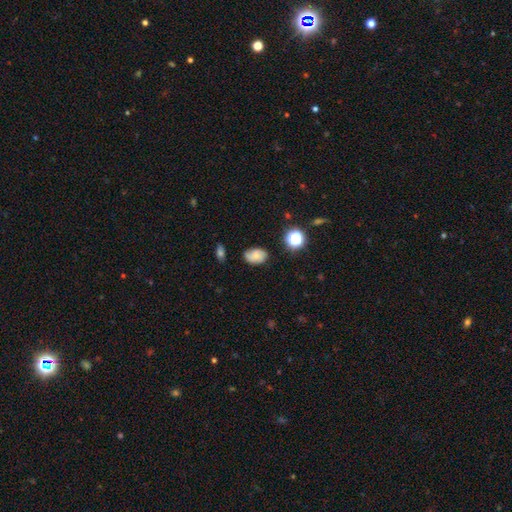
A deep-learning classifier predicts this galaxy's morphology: A smooth galaxy with no disk features (68%) that is in between round and cigar-shaped (78%).

Vote fractions:
- Smooth or featured? smooth: 68% / featured or disk: 19% / star or artifact: 13%
- How rounded? in between: 78% / round: 21% / cigar-shaped: 1%
- Merging? none: 72% / minor disturbance: 21% / major disturbance: 5% / merger: 3%